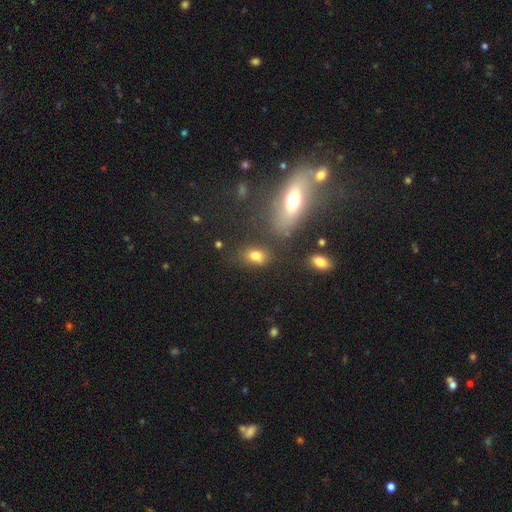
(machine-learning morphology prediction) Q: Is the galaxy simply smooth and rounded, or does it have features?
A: smooth — 77%.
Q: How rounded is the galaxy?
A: in between — 80%.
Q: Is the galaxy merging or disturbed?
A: none — 67%.